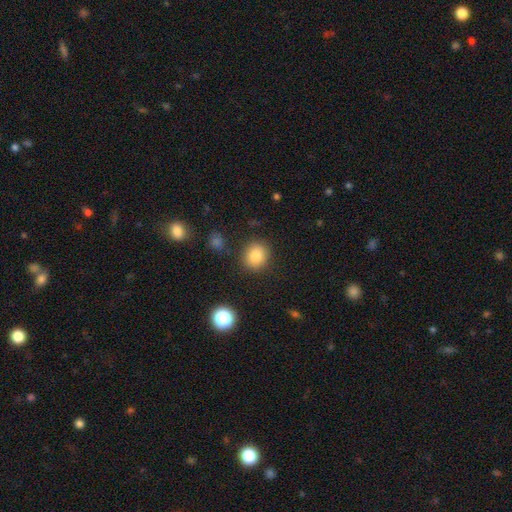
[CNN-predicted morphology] The model was most divided on "how rounded": round: 79%, in between: 20%, cigar-shaped: 1%. More confident: merging — none (86%); smooth or featured — smooth (84%).